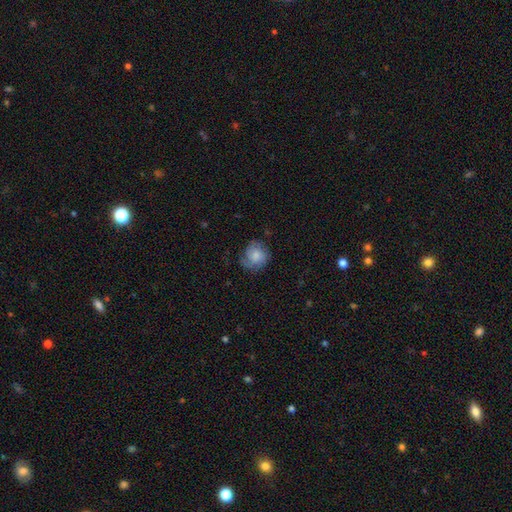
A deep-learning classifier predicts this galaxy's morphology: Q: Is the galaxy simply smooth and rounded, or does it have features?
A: smooth — 62%.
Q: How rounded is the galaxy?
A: round — 80%.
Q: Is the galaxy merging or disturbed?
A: none — 61%.